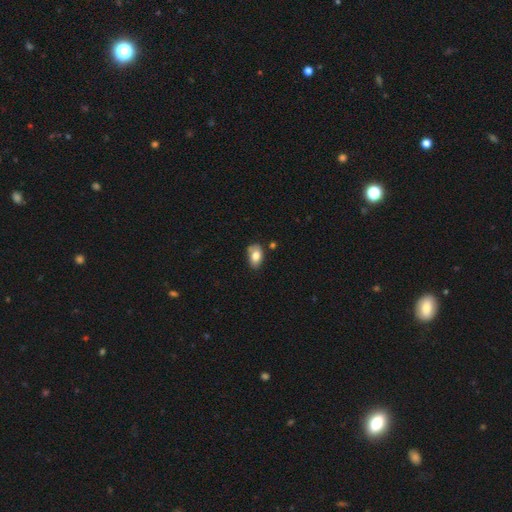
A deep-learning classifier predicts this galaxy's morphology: Smooth or featured? Predicted: smooth (p=0.79). How rounded? Predicted: in between (p=0.88). Merging? Predicted: none (p=0.65).